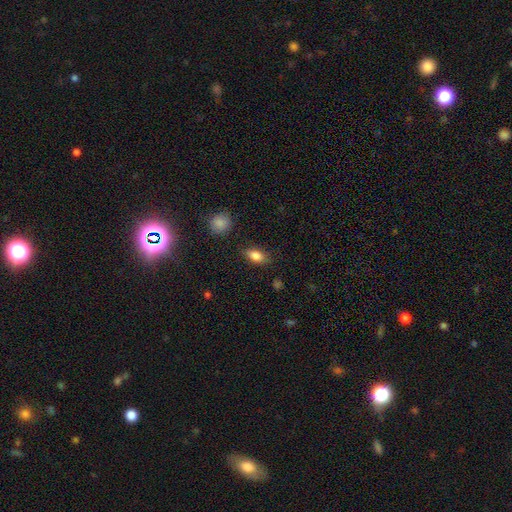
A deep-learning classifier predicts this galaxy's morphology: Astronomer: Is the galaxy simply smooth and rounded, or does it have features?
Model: smooth — 83%.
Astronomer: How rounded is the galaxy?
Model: in between — 86%.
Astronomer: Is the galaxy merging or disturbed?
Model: none — 83%.